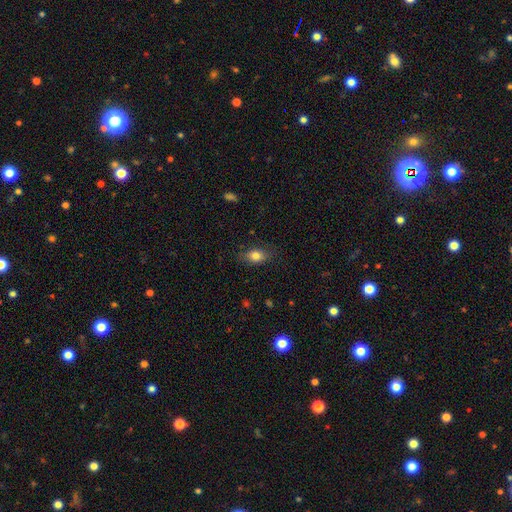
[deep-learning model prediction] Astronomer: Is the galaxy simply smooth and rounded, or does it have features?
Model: smooth — 79%.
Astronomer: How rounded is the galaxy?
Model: in between — 80%.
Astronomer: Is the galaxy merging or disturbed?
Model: none — 79%.